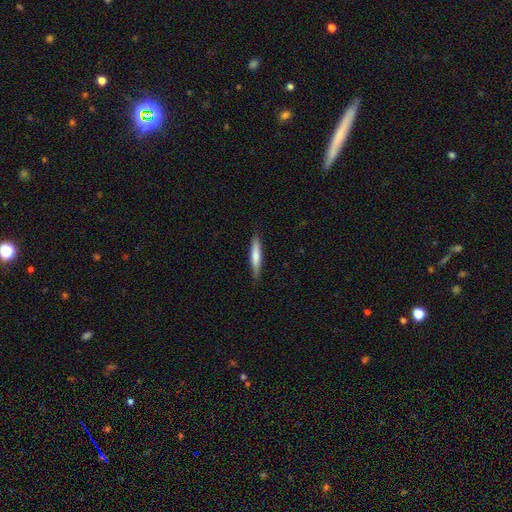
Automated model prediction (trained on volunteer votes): smooth 68%, featured or disk 27%, star or artifact 5%. Down the decision tree: how rounded — cigar-shaped (91%); merging — none (84%).